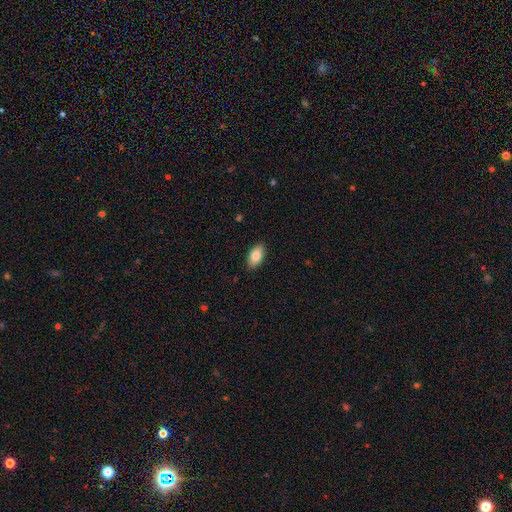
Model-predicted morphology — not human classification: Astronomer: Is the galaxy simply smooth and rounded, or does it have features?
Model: smooth — 83%.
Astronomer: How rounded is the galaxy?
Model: in between — 93%.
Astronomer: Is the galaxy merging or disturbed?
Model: none — 89%.